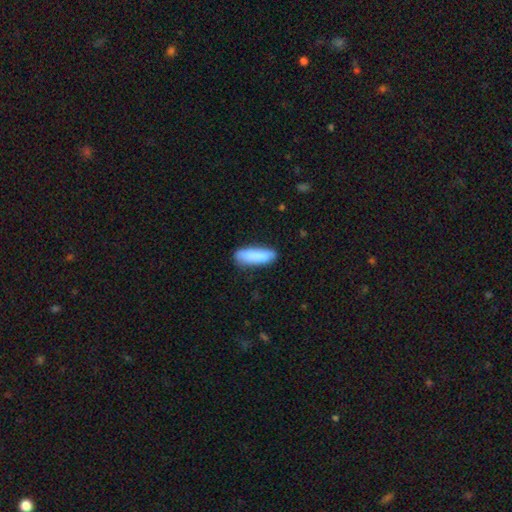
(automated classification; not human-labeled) This appears to be a smooth galaxy with no disk features (83%) that is cigar-shaped (56%). Merging: none (72%).